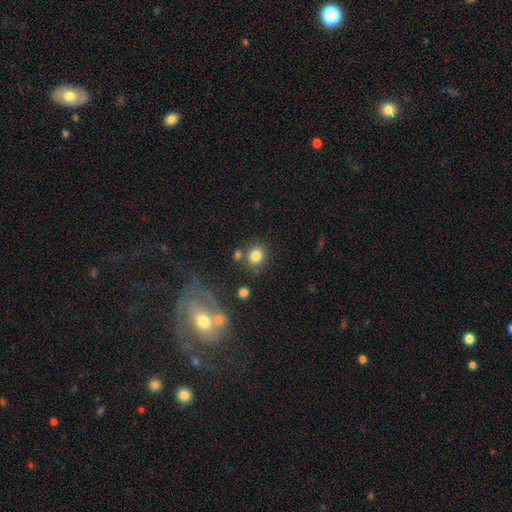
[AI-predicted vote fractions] This appears to be a smooth galaxy with no disk features (82%) that is round (79%). Merging: none (73%).